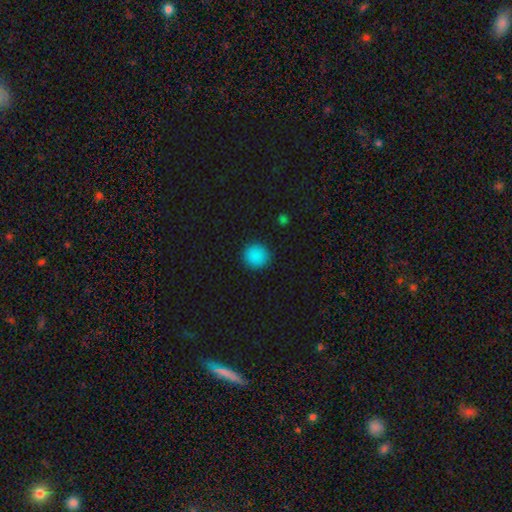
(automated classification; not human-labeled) Smooth or featured: smooth — 87% (star or artifact — 10%)
How rounded: round — 92% (in between — 7%)
Merging: none — 91% (minor disturbance — 6%)